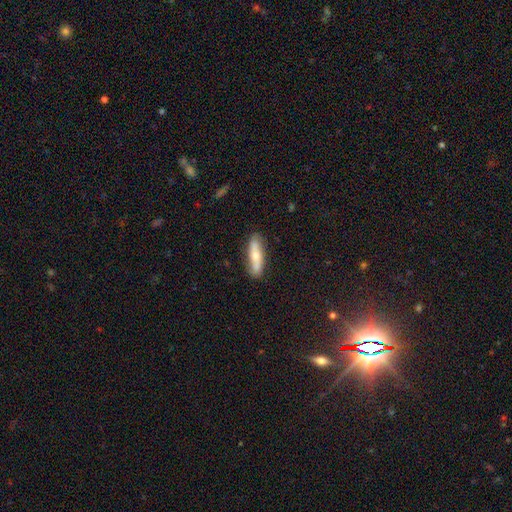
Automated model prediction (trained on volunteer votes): smooth_or_featured: smooth (p=0.55) [alt: featured or disk p=0.39]
how_rounded: cigar-shaped (p=0.60) [alt: in between p=0.37]
merging: none (p=0.82) [alt: minor disturbance p=0.14]